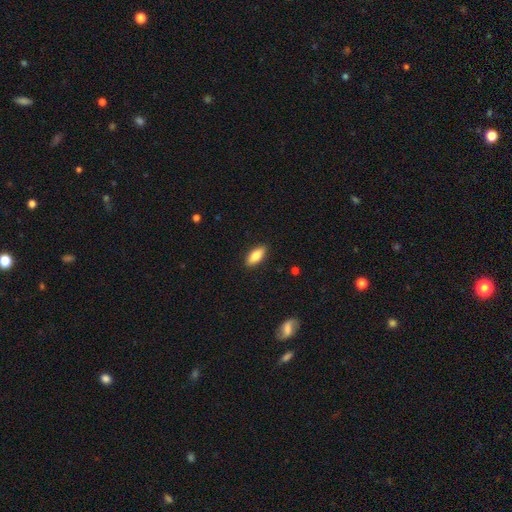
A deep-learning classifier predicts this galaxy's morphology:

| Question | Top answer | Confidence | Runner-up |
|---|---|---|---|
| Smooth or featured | smooth | 81% | featured or disk (12%) |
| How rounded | in between | 84% | cigar-shaped (14%) |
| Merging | none | 89% | minor disturbance (8%) |